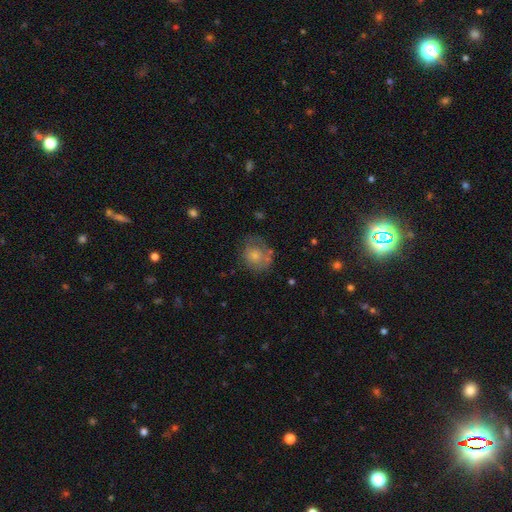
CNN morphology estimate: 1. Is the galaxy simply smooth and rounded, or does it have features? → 64% smooth, 27% featured or disk, 9% star or artifact.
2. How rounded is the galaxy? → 68% round, 31% in between, 1% cigar-shaped.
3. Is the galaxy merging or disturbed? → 52% none, 27% minor disturbance, 16% major disturbance, 5% merger.